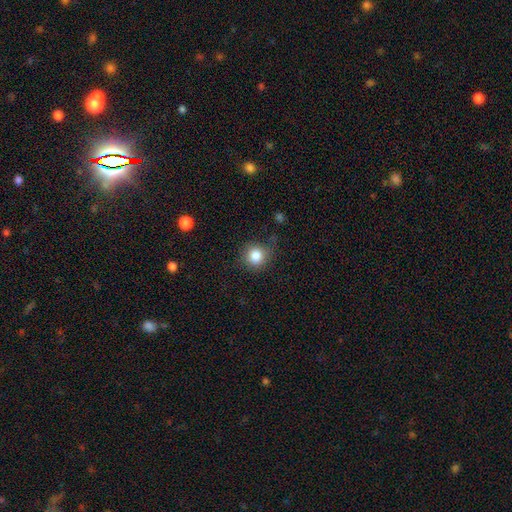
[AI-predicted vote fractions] The model was most divided on "merging": none: 75%, minor disturbance: 17%, major disturbance: 5%, merger: 2%. More confident: how rounded — round (90%); smooth or featured — smooth (83%).